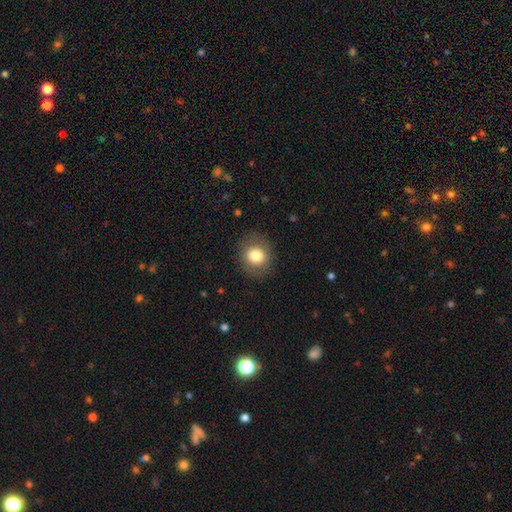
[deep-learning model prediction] Smooth or featured? Predicted: smooth (p=0.79). How rounded? Predicted: round (p=0.72). Merging? Predicted: none (p=0.86).